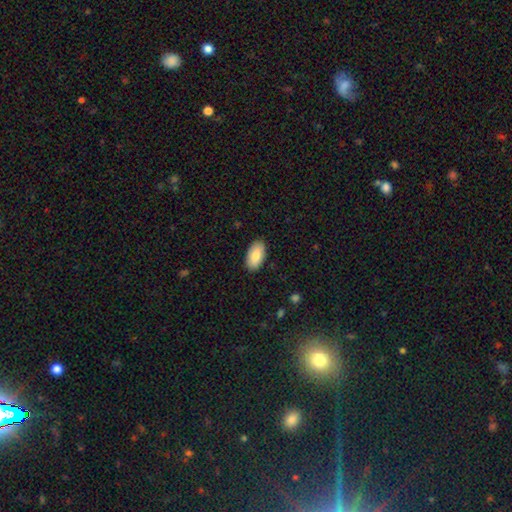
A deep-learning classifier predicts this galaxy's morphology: smooth_or_featured: smooth (p=0.85) [alt: featured or disk p=0.09]
how_rounded: in between (p=0.95) [alt: cigar-shaped p=0.02]
merging: none (p=0.89) [alt: minor disturbance p=0.08]